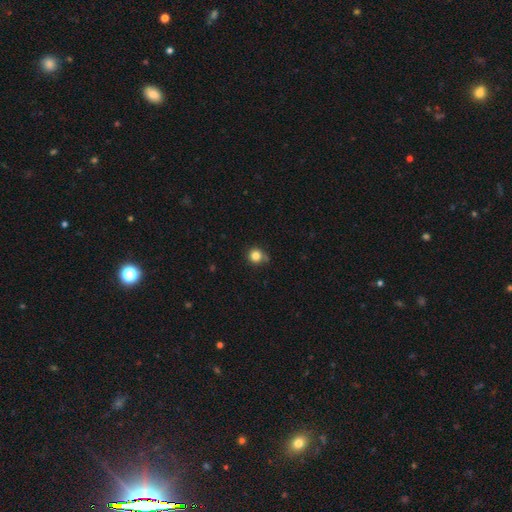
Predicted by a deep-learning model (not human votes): A smooth galaxy with no disk features (83%) that is round (92%).

Vote fractions:
- Smooth or featured? smooth: 83% / star or artifact: 12% / featured or disk: 5%
- How rounded? round: 92% / in between: 7% / cigar-shaped: 1%
- Merging? none: 73% / minor disturbance: 19% / major disturbance: 4% / merger: 4%